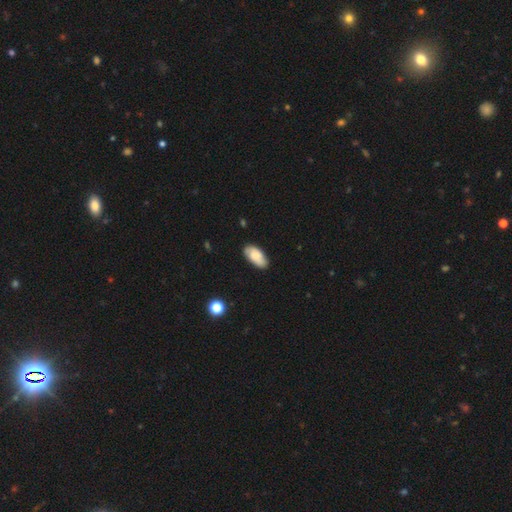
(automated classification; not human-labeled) Smooth or featured? smooth (72%)
How rounded? in between (92%)
Merging? none (78%)